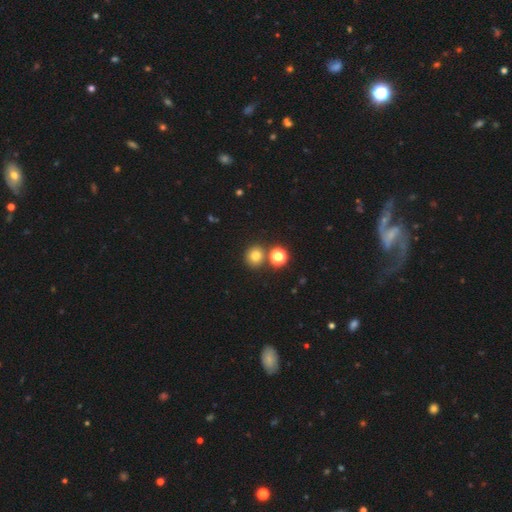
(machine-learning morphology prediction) The model was most divided on "smooth or featured": smooth: 76%, star or artifact: 17%, featured or disk: 7%. More confident: how rounded — round (85%); merging — none (76%).